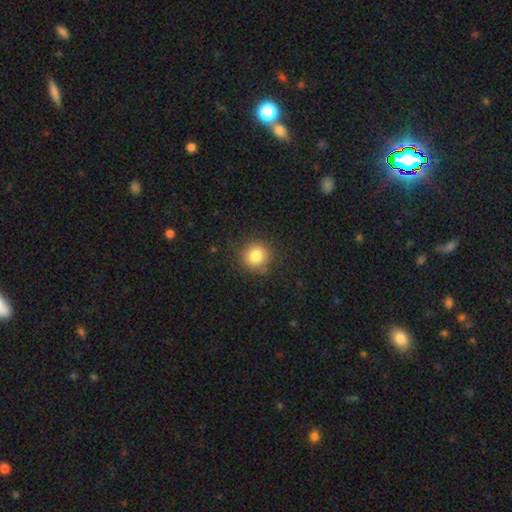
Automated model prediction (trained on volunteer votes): Morphology: type=smooth (81%); roundness=round (92%); merging=none (86%).